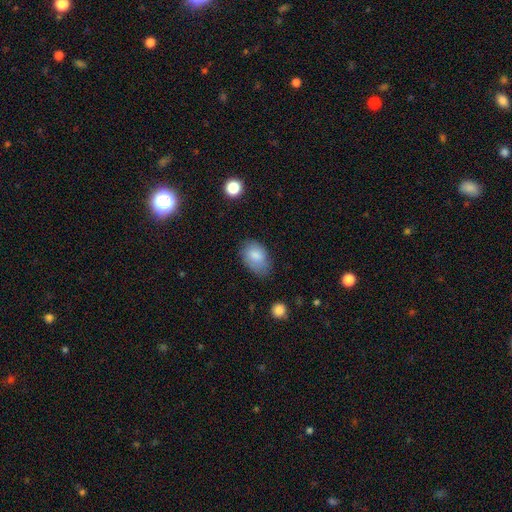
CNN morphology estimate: A smooth galaxy with no disk features (82%) that is in between round and cigar-shaped (87%). Merging: none (63%).